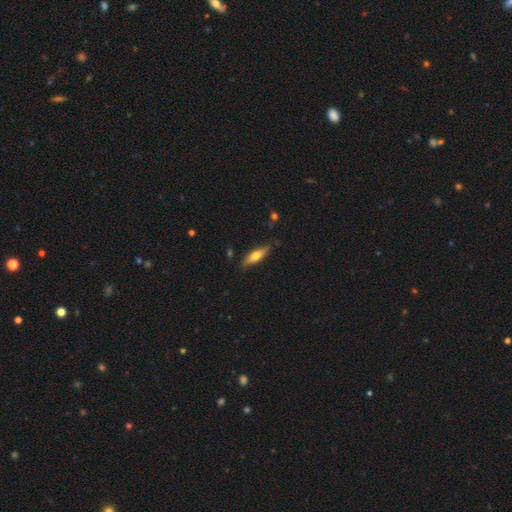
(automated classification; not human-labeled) smooth_or_featured: smooth (p=0.60) [alt: featured or disk p=0.34]
how_rounded: cigar-shaped (p=0.52) [alt: in between p=0.46]
merging: none (p=0.83) [alt: minor disturbance p=0.13]